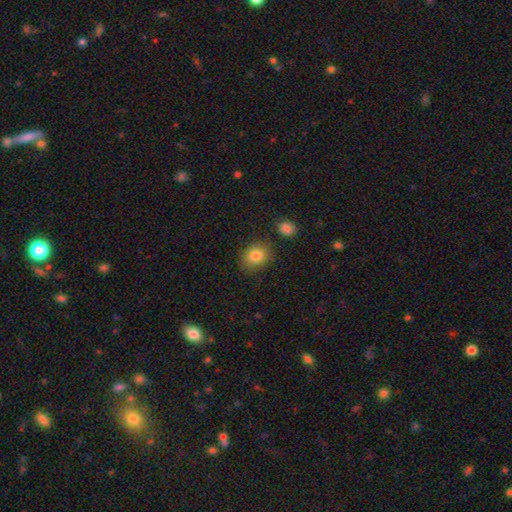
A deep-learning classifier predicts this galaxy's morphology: smooth 83%, star or artifact 9%, featured or disk 7%. Down the decision tree: how rounded — round (63%); merging — none (80%).